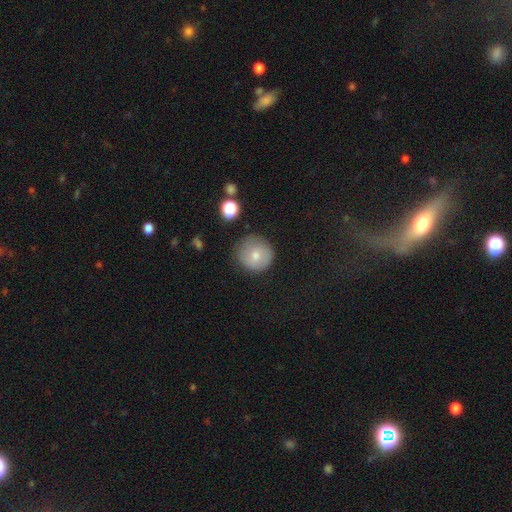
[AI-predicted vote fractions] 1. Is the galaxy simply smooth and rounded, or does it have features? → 74% smooth, 17% featured or disk, 9% star or artifact.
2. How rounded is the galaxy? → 93% round, 6% in between, 1% cigar-shaped.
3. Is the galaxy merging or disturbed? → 77% none, 16% minor disturbance, 4% major disturbance, 2% merger.